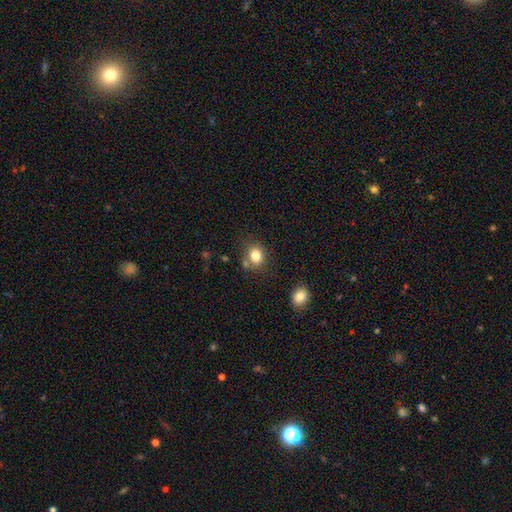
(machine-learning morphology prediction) smooth 82%, star or artifact 10%, featured or disk 7%. Down the decision tree: how rounded — round (59%); merging — none (69%).